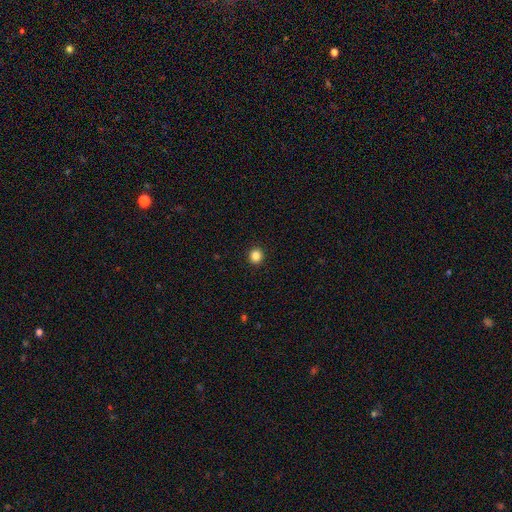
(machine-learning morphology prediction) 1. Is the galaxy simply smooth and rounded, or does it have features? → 86% smooth, 11% star or artifact, 3% featured or disk.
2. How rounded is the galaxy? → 90% round, 9% in between, 1% cigar-shaped.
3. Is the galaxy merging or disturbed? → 93% none, 4% minor disturbance, 2% major disturbance, 1% merger.